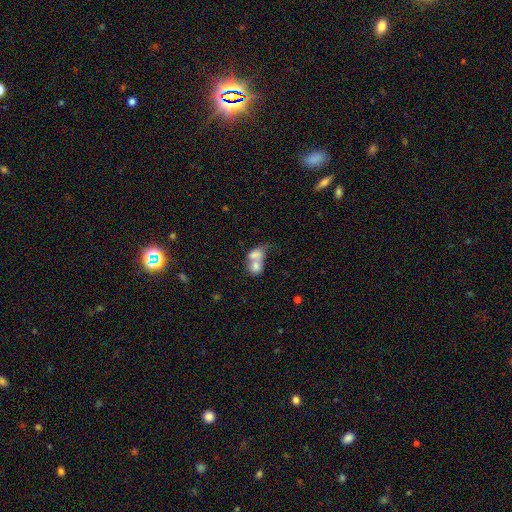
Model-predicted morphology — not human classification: type=smooth (71%); roundness=in between (64%); merging=merger (76%).